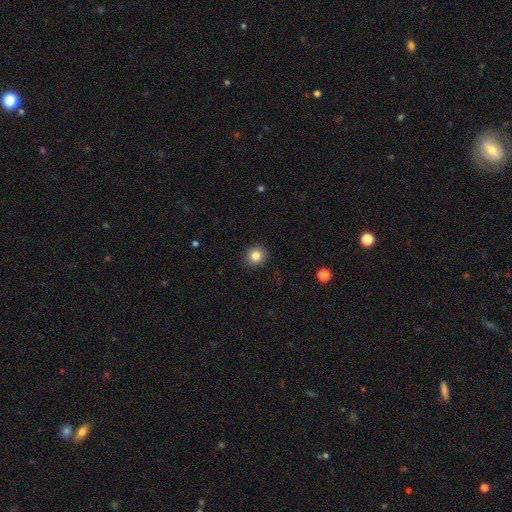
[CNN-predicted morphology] Smooth or featured: smooth — 84% (star or artifact — 10%)
How rounded: round — 85% (in between — 15%)
Merging: none — 91% (minor disturbance — 6%)